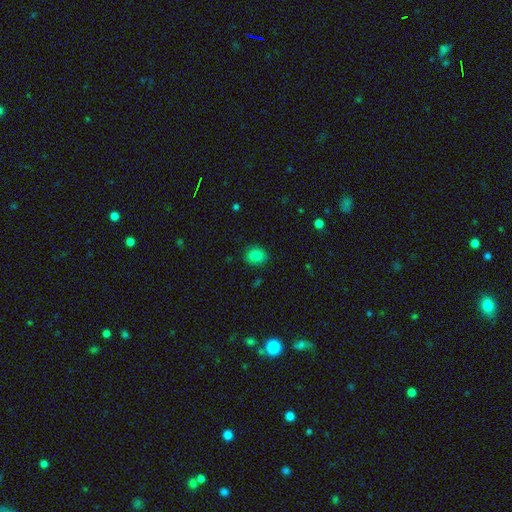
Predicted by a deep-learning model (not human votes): Morphology: type=smooth (85%); roundness=round (58%); merging=none (84%).